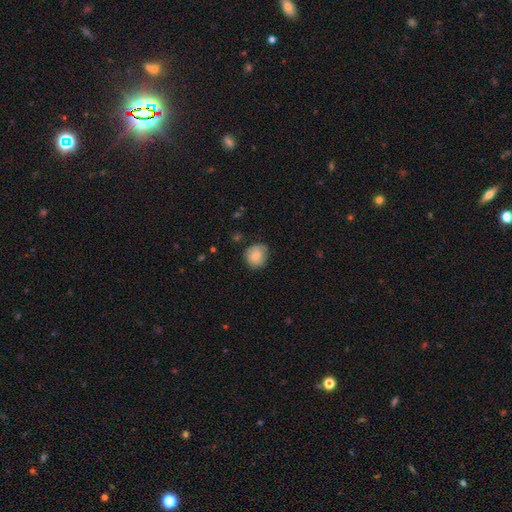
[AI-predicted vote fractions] Smooth or featured? Predicted: smooth (p=0.77). How rounded? Predicted: round (p=0.82). Merging? Predicted: none (p=0.73).